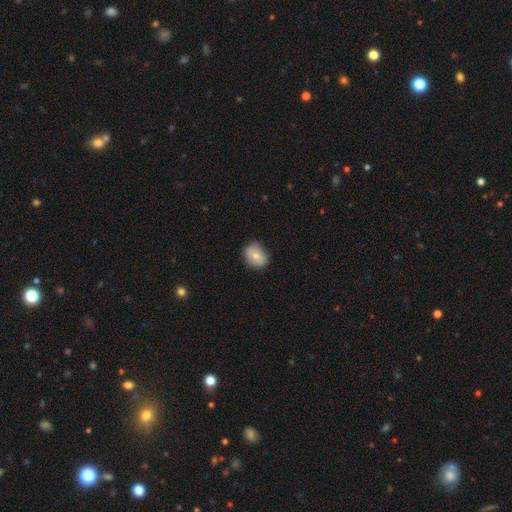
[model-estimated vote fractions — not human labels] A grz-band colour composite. It shows a smooth galaxy with no disk features (73%) that is round (52%). Merging: none (76%).